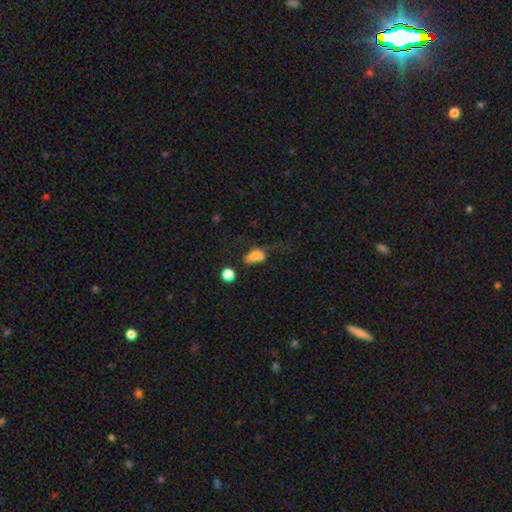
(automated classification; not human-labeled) Morphology: type=smooth (76%); roundness=in between (82%); merging=major disturbance (39%).